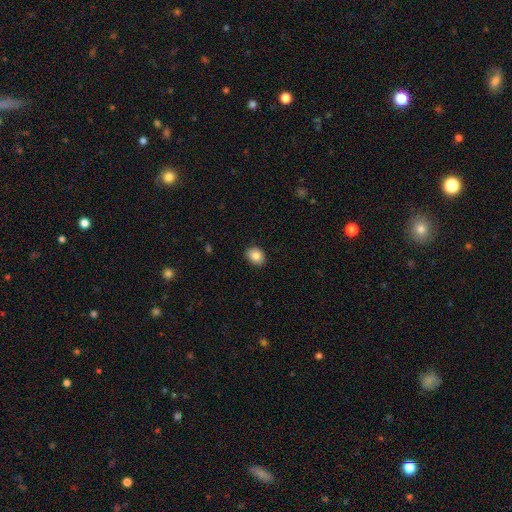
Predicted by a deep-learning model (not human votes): Smooth or featured: smooth — 86% (star or artifact — 9%)
How rounded: in between — 53% (round — 46%)
Merging: none — 87% (minor disturbance — 10%)